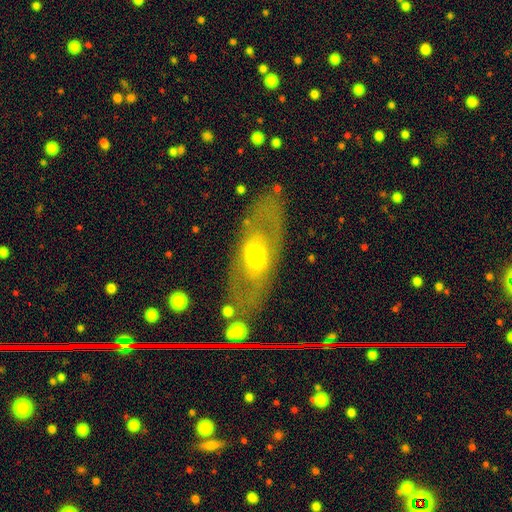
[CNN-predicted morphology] smooth-or-featured: featured or disk: 61% | smooth: 32% | star or artifact: 7%
  disk-edge-on: no: 84% | yes: 16%
    bar: no: 65% | weak: 25% | strong: 10%
    has-spiral-arms: no: 75% | yes: 25%
    bulge-size: moderate: 64% | small: 26% | large: 7% | dominant: 1% | none: 1%
  merging: none: 77% | minor disturbance: 13% | major disturbance: 7% | merger: 3%